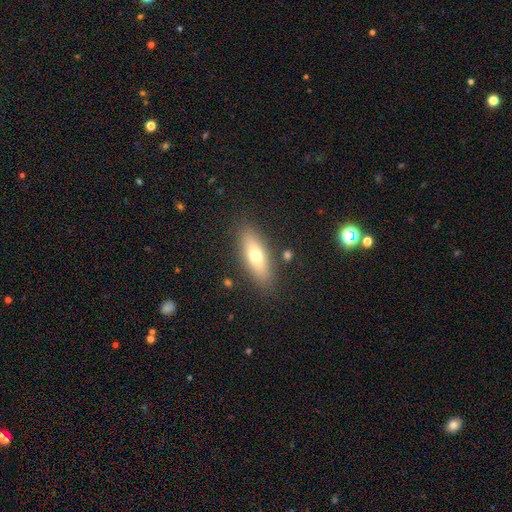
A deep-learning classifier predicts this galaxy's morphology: Smooth or featured: smooth — 65% (featured or disk — 28%)
How rounded: in between — 55% (cigar-shaped — 42%)
Merging: none — 86% (minor disturbance — 10%)